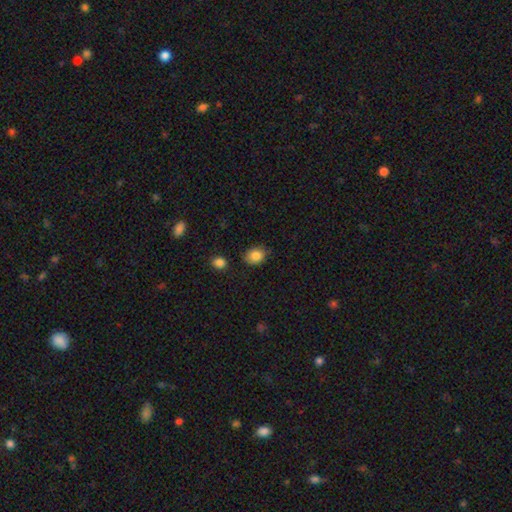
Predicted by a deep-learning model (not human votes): A smooth galaxy with no disk features (85%) that is round (51%).

Vote fractions:
- Smooth or featured? smooth: 85% / star or artifact: 9% / featured or disk: 6%
- How rounded? round: 51% / in between: 48% / cigar-shaped: 1%
- Merging? none: 78% / minor disturbance: 16% / major disturbance: 3% / merger: 3%